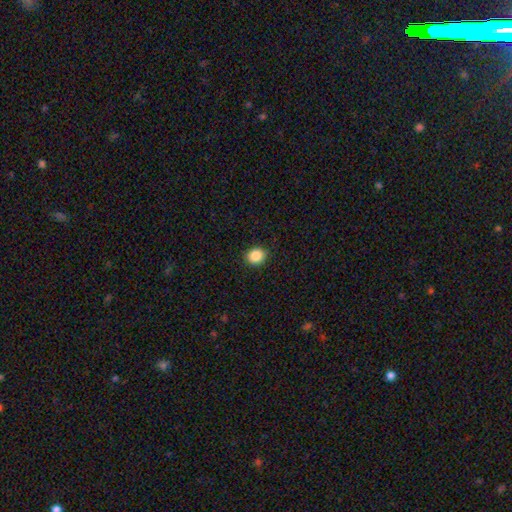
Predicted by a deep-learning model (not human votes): A smooth galaxy with no disk features (87%) that is round (73%).

Vote fractions:
- Smooth or featured? smooth: 87% / star or artifact: 9% / featured or disk: 4%
- How rounded? round: 73% / in between: 26% / cigar-shaped: 1%
- Merging? none: 91% / minor disturbance: 6% / major disturbance: 2% / merger: 1%